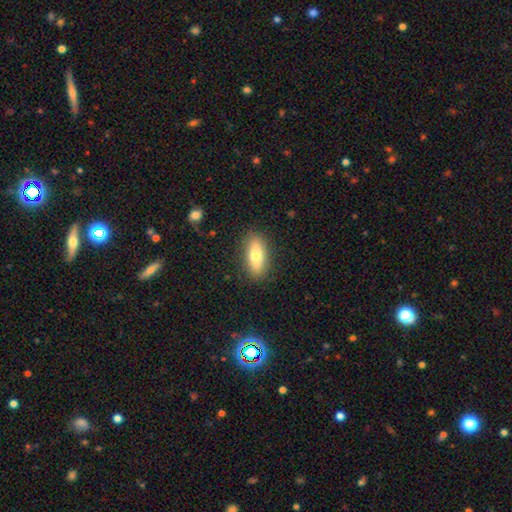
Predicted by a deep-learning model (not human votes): This is likely a smooth galaxy (73%). How rounded: likely in between (73%). Merging: clearly none (87%).